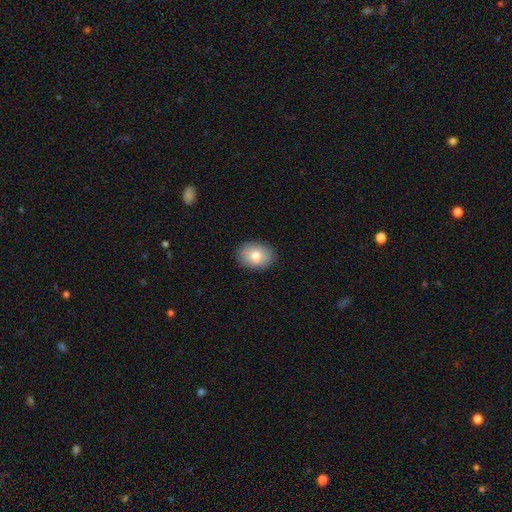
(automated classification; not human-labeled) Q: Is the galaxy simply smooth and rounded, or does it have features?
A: smooth — 77%.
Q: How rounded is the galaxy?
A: in between — 71%.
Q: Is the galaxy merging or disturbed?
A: none — 86%.